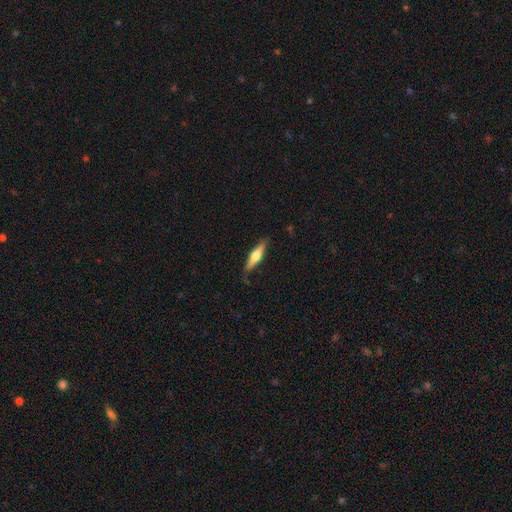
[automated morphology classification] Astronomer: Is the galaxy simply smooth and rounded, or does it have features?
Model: featured or disk — 52% (runner-up: smooth, 43%).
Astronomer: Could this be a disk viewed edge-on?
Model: yes — 95%.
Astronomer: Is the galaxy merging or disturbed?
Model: none — 82%.